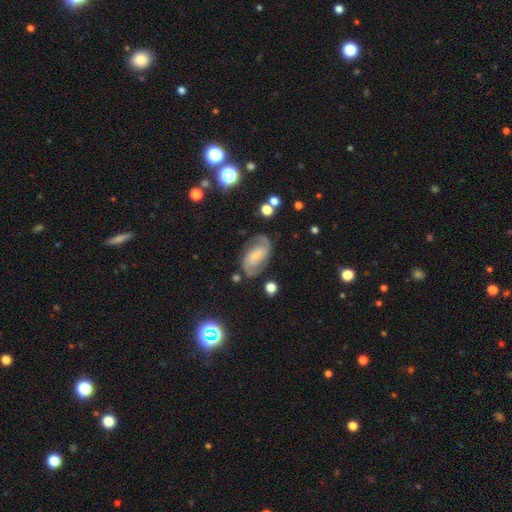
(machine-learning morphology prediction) Smooth or featured?
  - featured or disk: 85% *
  - smooth: 8%
  - star or artifact: 6%
Edge-on disk?
  - no: 97% *
  - yes: 3%
Bar?
  - weak: 46% *
  - no: 35%
  - strong: 19%
Spiral arms?
  - yes: 97% *
  - no: 3%
Spiral winding?
  - medium: 54% *
  - tight: 27%
  - loose: 19%
Spiral arm count?
  - 2: 91% *
  - can't tell: 4%
  - 3: 2%
  - 1: 1%
  - 4: 1%
  - more than 4: 1%
Bulge size?
  - small: 54% *
  - moderate: 22%
  - none: 18%
  - large: 4%
  - dominant: 1%
Merging?
  - none: 77% *
  - minor disturbance: 15%
  - major disturbance: 6%
  - merger: 2%